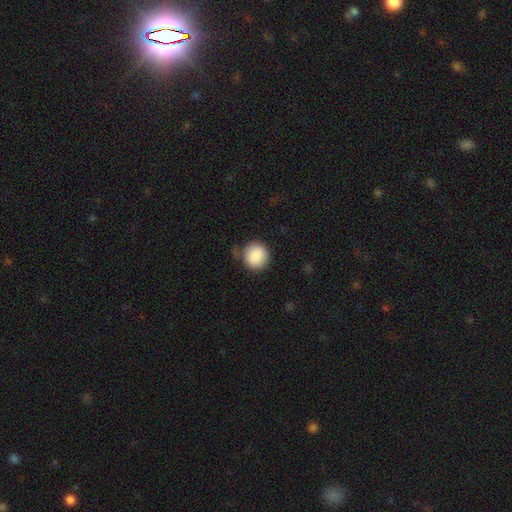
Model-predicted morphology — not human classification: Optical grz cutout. It shows a smooth galaxy with no disk features (88%) that is round (90%). Merging: none (68%).